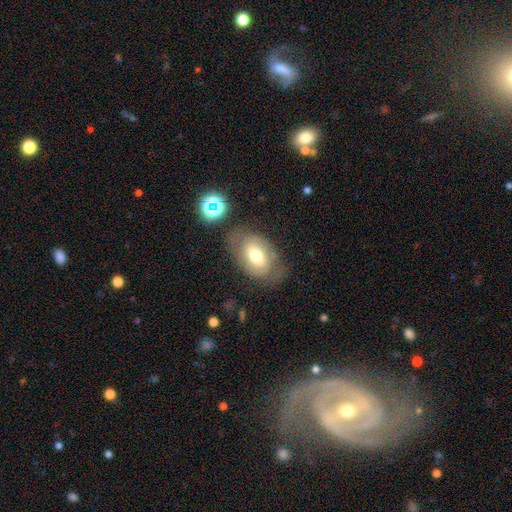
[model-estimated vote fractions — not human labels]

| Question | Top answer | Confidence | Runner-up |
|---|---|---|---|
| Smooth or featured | smooth | 59% | featured or disk (31%) |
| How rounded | in between | 85% | round (14%) |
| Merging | none | 63% | minor disturbance (21%) |